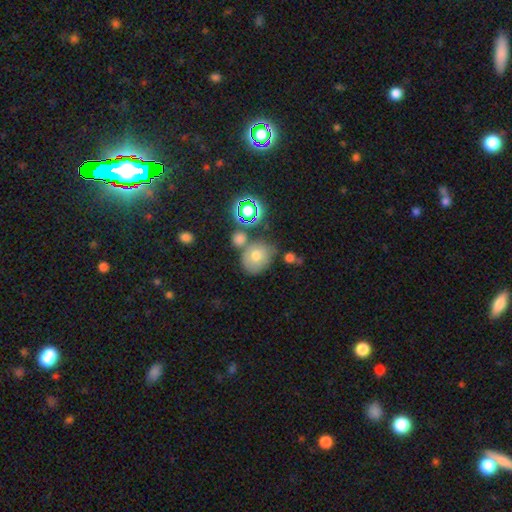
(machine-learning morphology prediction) Smooth or featured?
  - smooth: 64% *
  - featured or disk: 19%
  - star or artifact: 17%
How rounded?
  - round: 59% *
  - in between: 40%
  - cigar-shaped: 1%
Merging?
  - none: 52% *
  - merger: 25%
  - minor disturbance: 16%
  - major disturbance: 6%